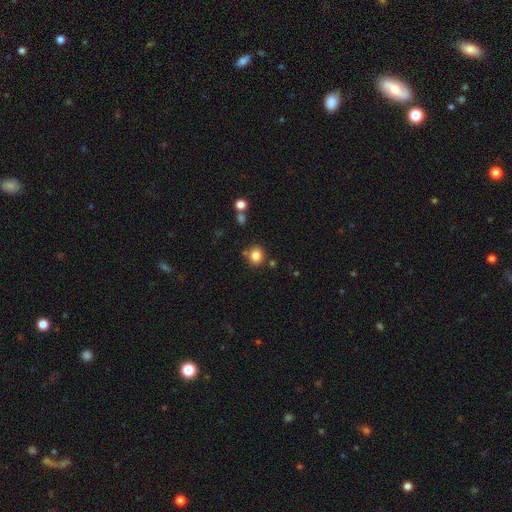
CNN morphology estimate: A smooth galaxy with no disk features (83%) that is round (82%). Merging: none (80%).